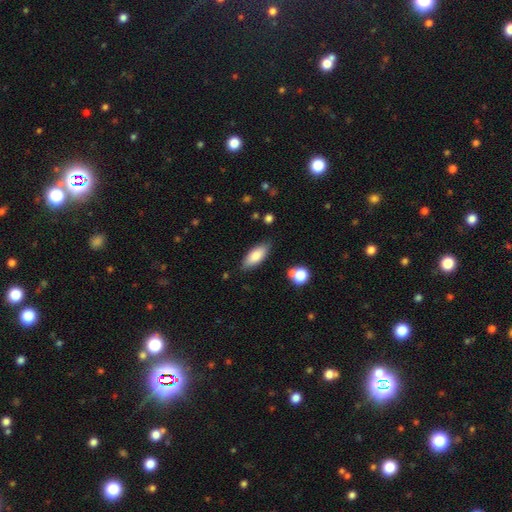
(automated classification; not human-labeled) smooth_or_featured: smooth (p=0.80) [alt: featured or disk p=0.13]
how_rounded: in between (p=0.77) [alt: cigar-shaped p=0.21]
merging: none (p=0.82) [alt: minor disturbance p=0.12]